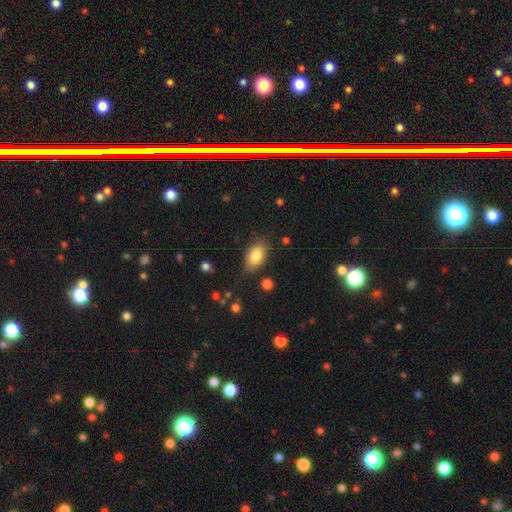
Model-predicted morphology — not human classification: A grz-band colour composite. It shows a smooth galaxy with no disk features (83%) that is in between round and cigar-shaped (89%). Merging: none (77%).